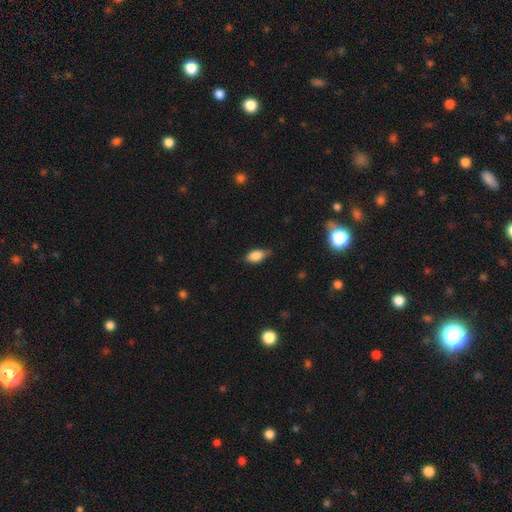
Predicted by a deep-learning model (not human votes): This appears to be a smooth galaxy with no disk features (85%) that is in between round and cigar-shaped (90%). Merging: none (68%).